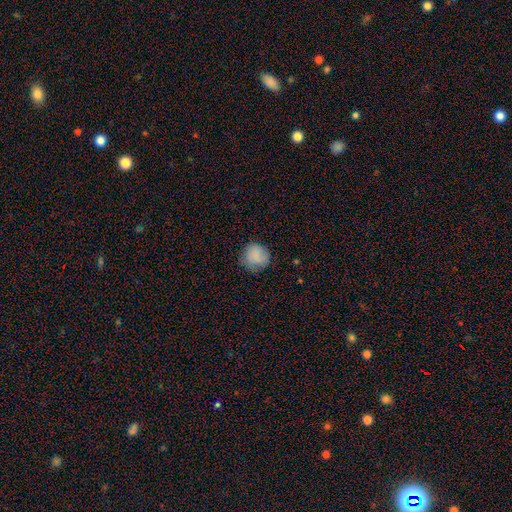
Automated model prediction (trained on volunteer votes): Smooth or featured?
  - smooth: 85% *
  - star or artifact: 8%
  - featured or disk: 7%
How rounded?
  - round: 88% *
  - in between: 11%
  - cigar-shaped: 1%
Merging?
  - none: 77% *
  - minor disturbance: 17%
  - major disturbance: 5%
  - merger: 1%